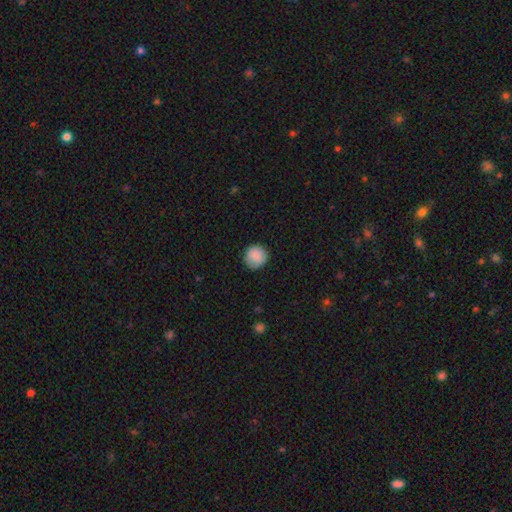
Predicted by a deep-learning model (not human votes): smooth 85%, star or artifact 8%, featured or disk 7%. Down the decision tree: how rounded — round (95%); merging — none (87%).